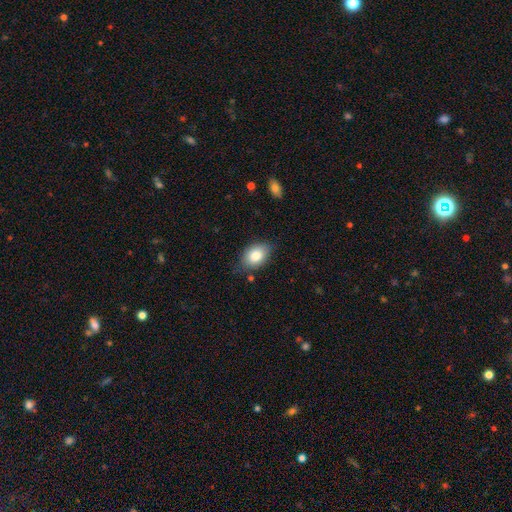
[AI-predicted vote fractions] A smooth galaxy with no disk features (83%) that is in between round and cigar-shaped (84%). Merging: none (76%).